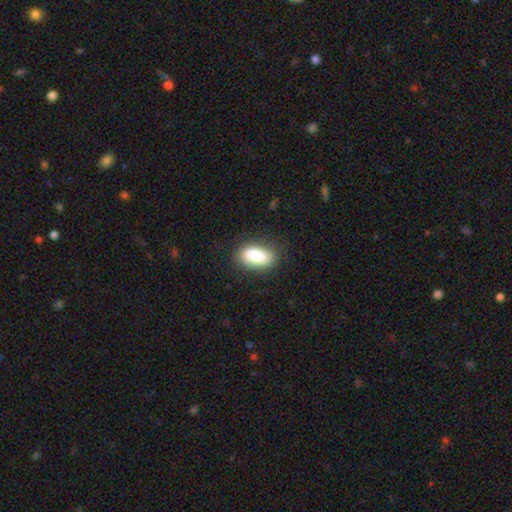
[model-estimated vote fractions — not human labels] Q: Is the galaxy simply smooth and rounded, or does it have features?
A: smooth — 83%.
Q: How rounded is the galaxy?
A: in between — 88%.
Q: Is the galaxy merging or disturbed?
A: none — 80%.